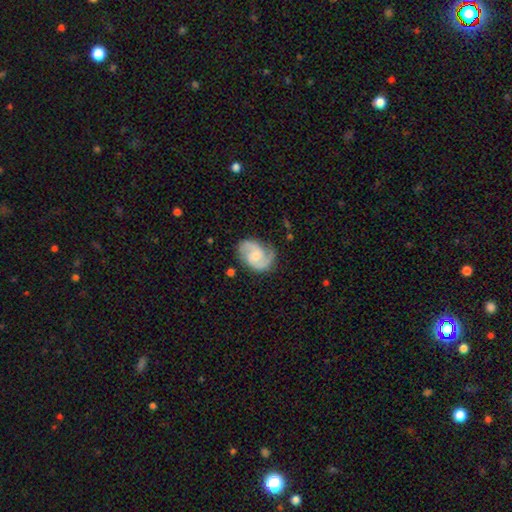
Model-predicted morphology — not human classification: Overall: featured or disk (85%). Edge-on disk: no (98%). Bar: no (57%; weak 37%). Spiral arms: yes (97%). Spiral arm count: 2 (90%). Spiral winding: medium (56%; tight 25%). Bulge size: small (51%; moderate 35%). Merging: none (76%).